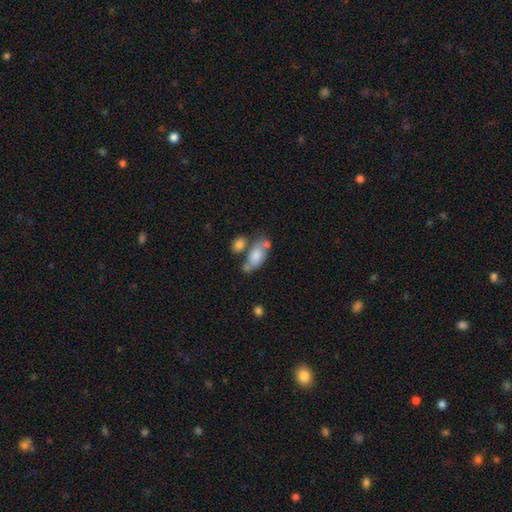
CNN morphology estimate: The model was most divided on "merging": none: 39%, merger: 33%, minor disturbance: 19%, major disturbance: 9%. More confident: how rounded — in between (88%); smooth or featured — smooth (73%).